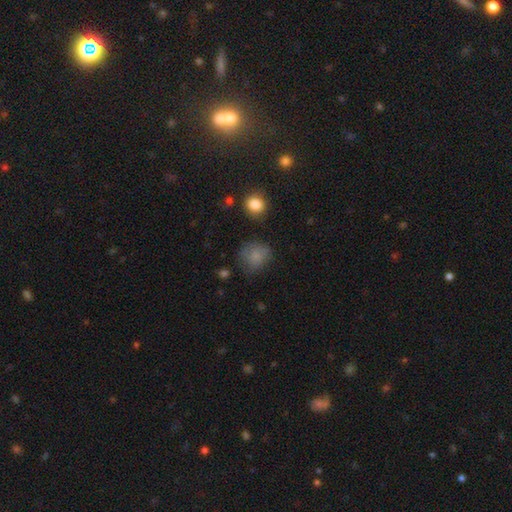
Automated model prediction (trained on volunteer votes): This is likely a smooth galaxy (79%). How rounded: likely round (80%). Merging: likely none (65%).